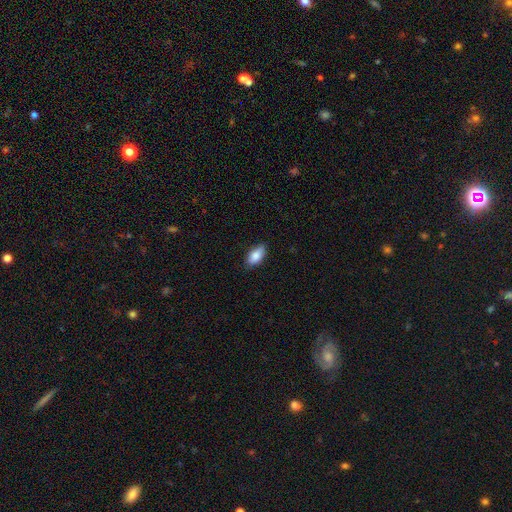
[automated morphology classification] smooth 84%, featured or disk 9%, star or artifact 6%. Down the decision tree: how rounded — in between (91%); merging — none (83%).